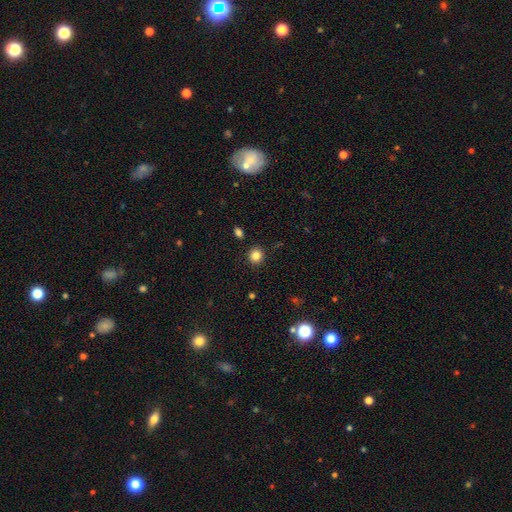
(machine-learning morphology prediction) Overall: smooth (83%). How rounded: round (88%). Merging: none (90%).